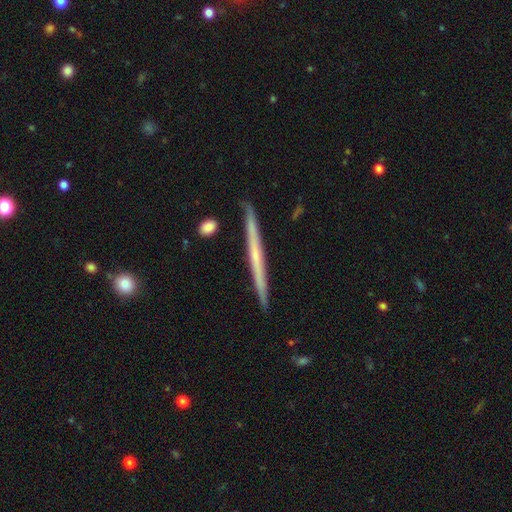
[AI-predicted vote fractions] Smooth or featured?
  - featured or disk: 62% *
  - smooth: 32%
  - star or artifact: 6%
Edge-on disk?
  - yes: 98% *
  - no: 2%
Edge-on bulge?
  - none: 76% *
  - rounded: 20%
  - boxy: 4%
Merging?
  - none: 91% *
  - minor disturbance: 7%
  - merger: 1%
  - major disturbance: 1%